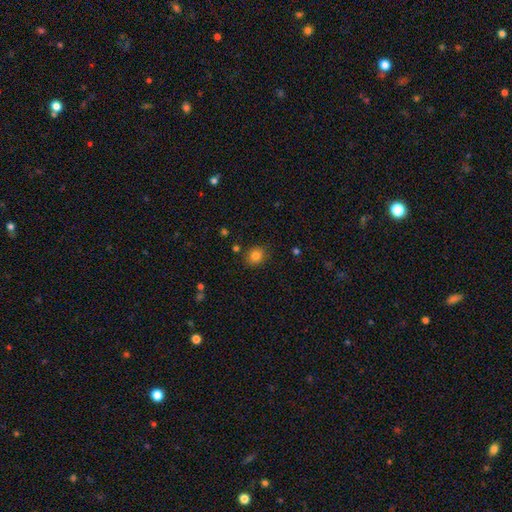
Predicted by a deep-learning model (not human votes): A smooth galaxy with no disk features (81%) that is round (68%). Merging: none (85%).